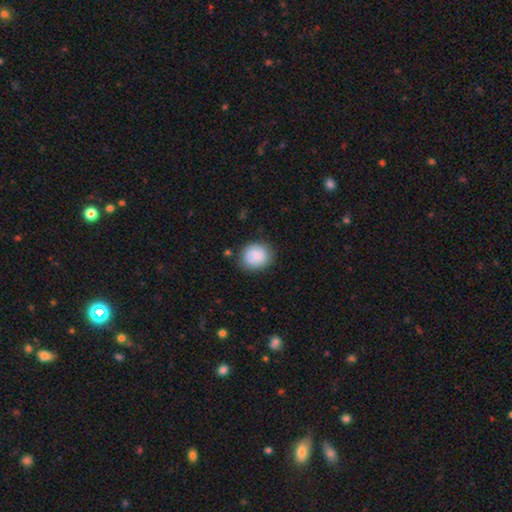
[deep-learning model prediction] smooth-or-featured: smooth: 85% | featured or disk: 8% | star or artifact: 7%
  how-rounded: round: 80% | in between: 19% | cigar-shaped: 1%
  merging: none: 81% | minor disturbance: 14% | major disturbance: 4% | merger: 2%